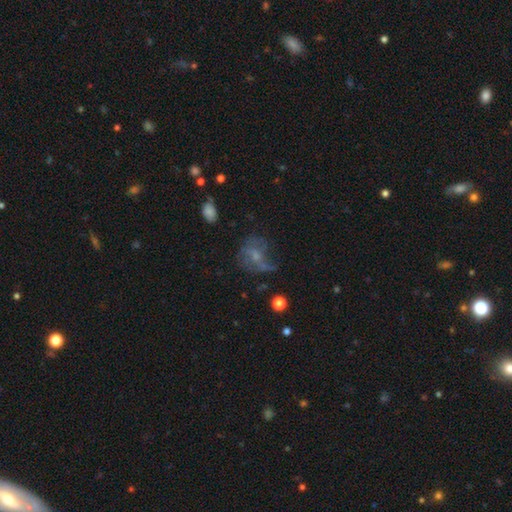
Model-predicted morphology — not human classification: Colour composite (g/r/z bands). It shows a featured or disk galaxy (49%). Merging: none (39%).